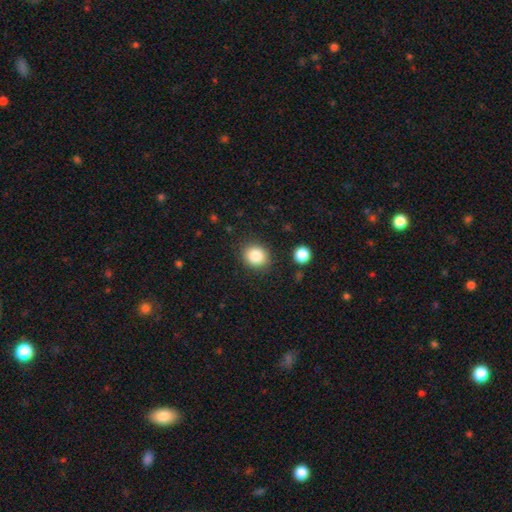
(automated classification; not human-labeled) This appears to be a smooth galaxy with no disk features (84%) that is round (77%). Merging: none (87%).